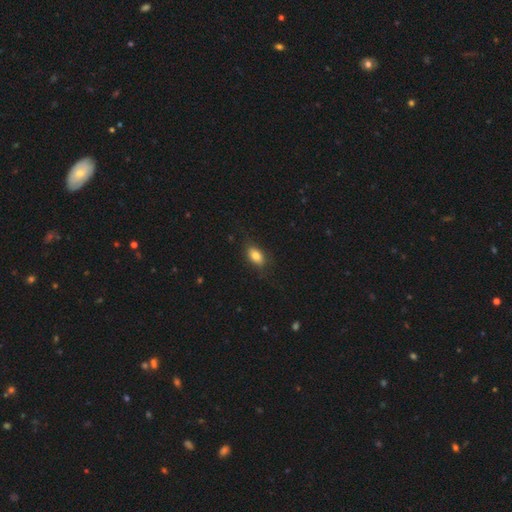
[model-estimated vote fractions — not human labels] Smooth or featured: smooth — 82% (featured or disk — 10%)
How rounded: in between — 88% (round — 6%)
Merging: none — 80% (minor disturbance — 15%)